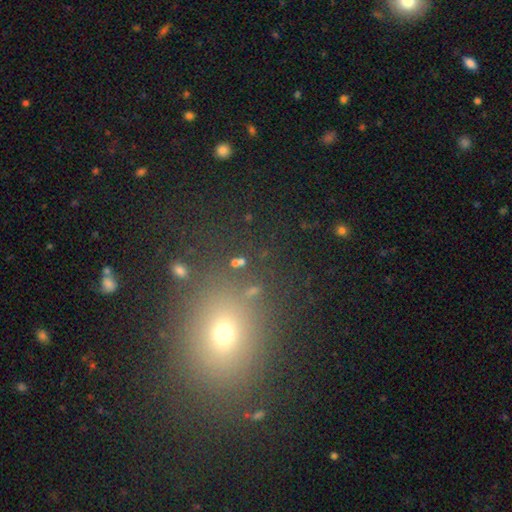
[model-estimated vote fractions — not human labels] Overall: smooth (58%; star or artifact 32%). How rounded: round (57%; in between 41%). Merging: none (83%).